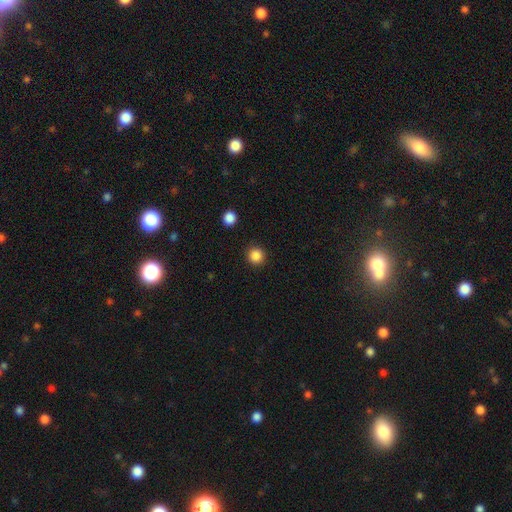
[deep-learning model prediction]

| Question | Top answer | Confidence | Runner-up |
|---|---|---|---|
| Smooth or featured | smooth | 86% | star or artifact (11%) |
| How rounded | round | 95% | in between (4%) |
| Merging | none | 92% | minor disturbance (5%) |